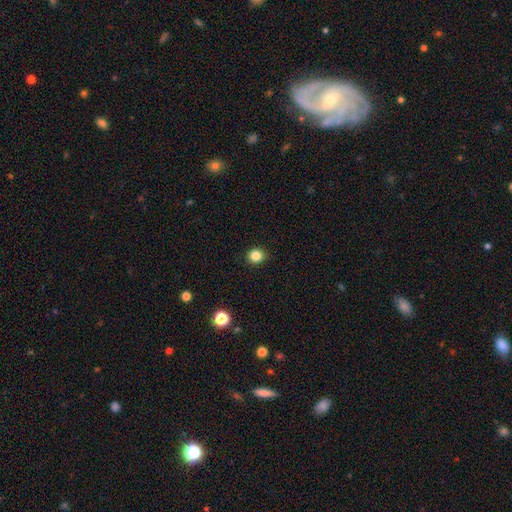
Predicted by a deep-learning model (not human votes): Smooth or featured: smooth — 84% (star or artifact — 12%)
How rounded: round — 79% (in between — 20%)
Merging: none — 91% (minor disturbance — 6%)